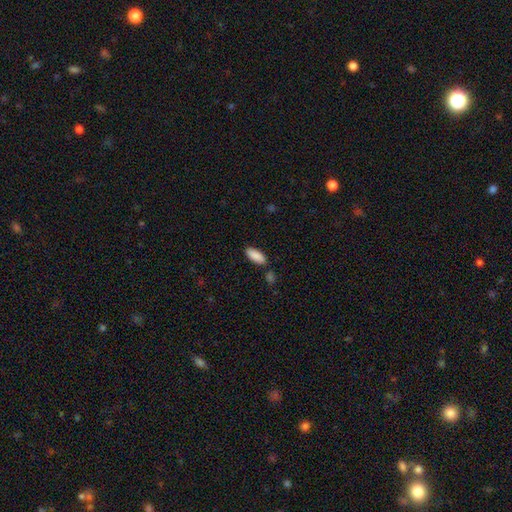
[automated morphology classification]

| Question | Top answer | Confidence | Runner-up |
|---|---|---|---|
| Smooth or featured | smooth | 89% | star or artifact (6%) |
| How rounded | in between | 82% | cigar-shaped (16%) |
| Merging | none | 82% | minor disturbance (11%) |